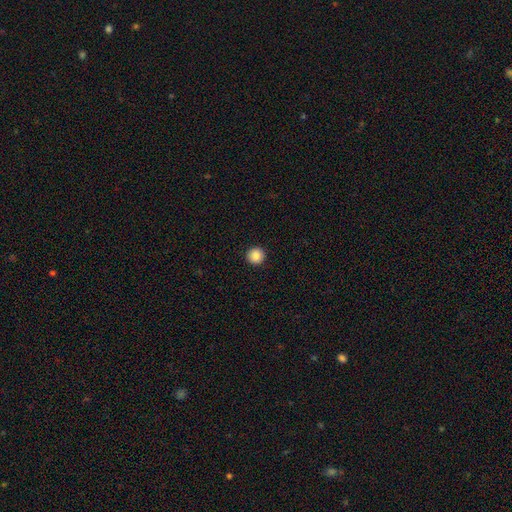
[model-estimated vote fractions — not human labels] The model was most divided on "smooth or featured": smooth: 88%, star or artifact: 9%, featured or disk: 3%. More confident: how rounded — round (96%); merging — none (94%).